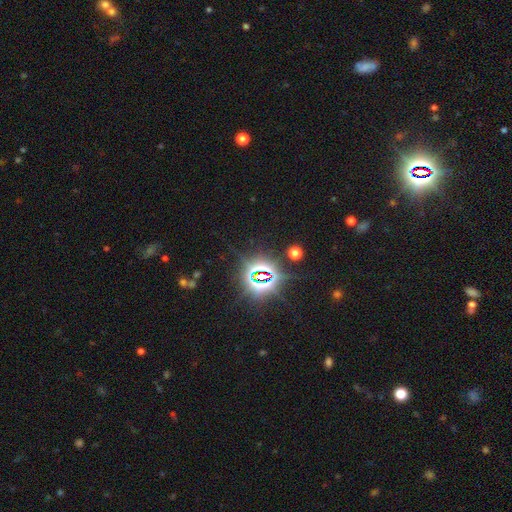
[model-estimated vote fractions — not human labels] Overall: star or artifact (83%).